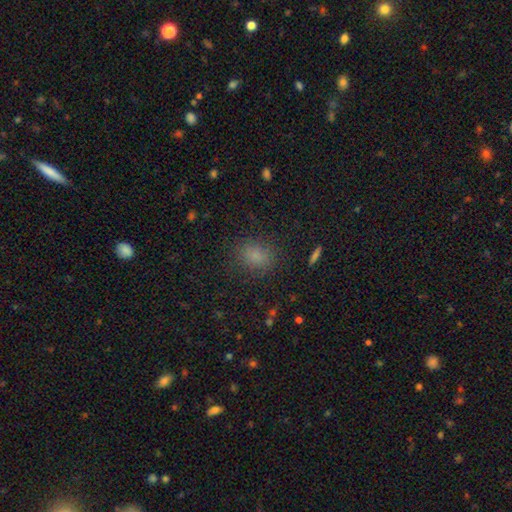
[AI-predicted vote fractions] Overall: smooth (80%). How rounded: in between (54%; round 44%). Merging: none (83%).